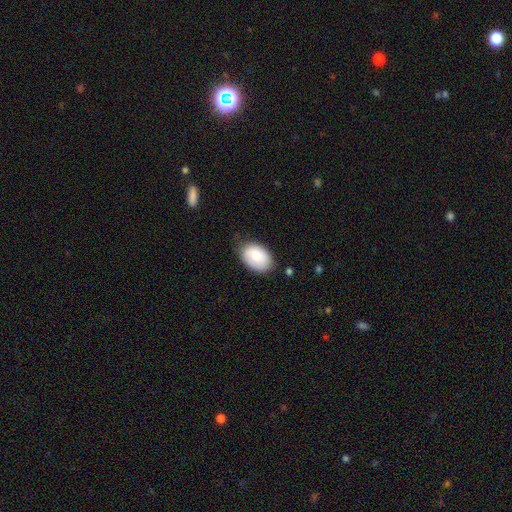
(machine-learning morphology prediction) Q: Smooth or featured?
A: smooth (77%); runner-up: featured or disk (17%)
Q: How rounded?
A: in between (85%); runner-up: round (14%)
Q: Merging?
A: none (73%); runner-up: minor disturbance (21%)